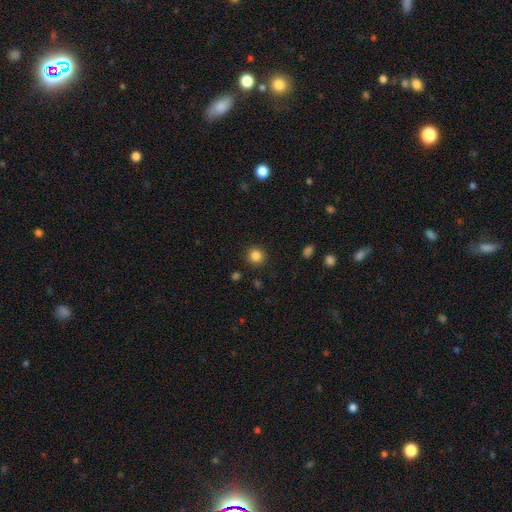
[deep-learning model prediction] smooth_or_featured: smooth (p=0.85) [alt: star or artifact p=0.12]
how_rounded: round (p=0.93) [alt: in between p=0.06]
merging: none (p=0.90) [alt: minor disturbance p=0.06]